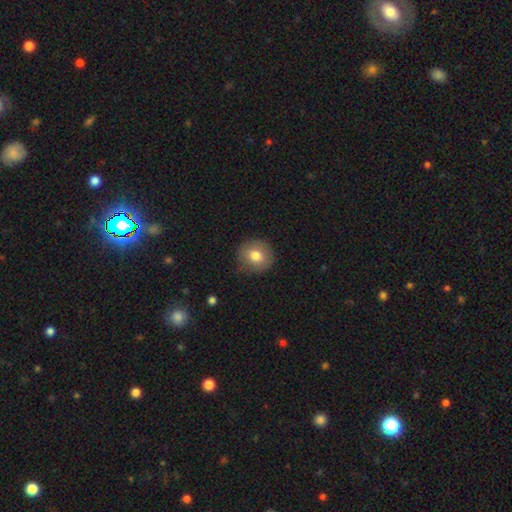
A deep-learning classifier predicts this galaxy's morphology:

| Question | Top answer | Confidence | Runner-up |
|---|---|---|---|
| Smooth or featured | smooth | 76% | featured or disk (15%) |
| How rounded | round | 88% | in between (11%) |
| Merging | none | 84% | minor disturbance (12%) |